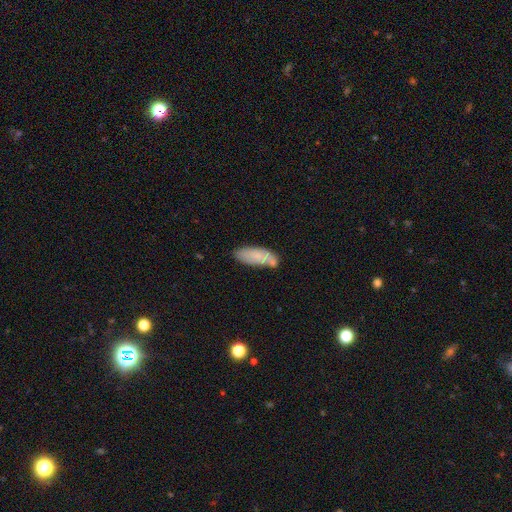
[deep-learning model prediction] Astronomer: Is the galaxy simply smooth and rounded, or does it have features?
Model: smooth — 77%.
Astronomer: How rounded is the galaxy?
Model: in between — 69%.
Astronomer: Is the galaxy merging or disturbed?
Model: none — 60%.